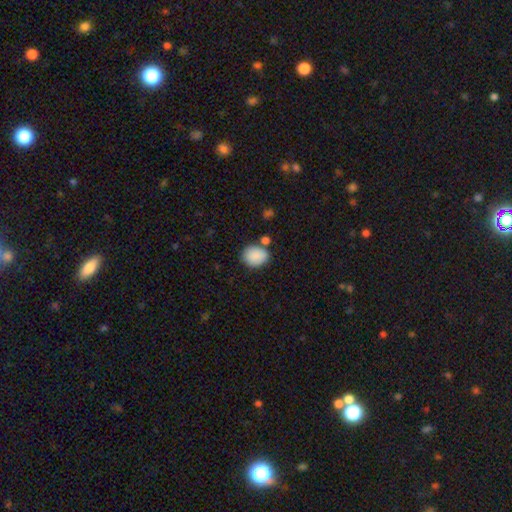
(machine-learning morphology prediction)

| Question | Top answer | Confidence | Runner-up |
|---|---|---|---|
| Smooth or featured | smooth | 88% | star or artifact (8%) |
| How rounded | round | 51% | in between (48%) |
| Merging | none | 71% | minor disturbance (14%) |